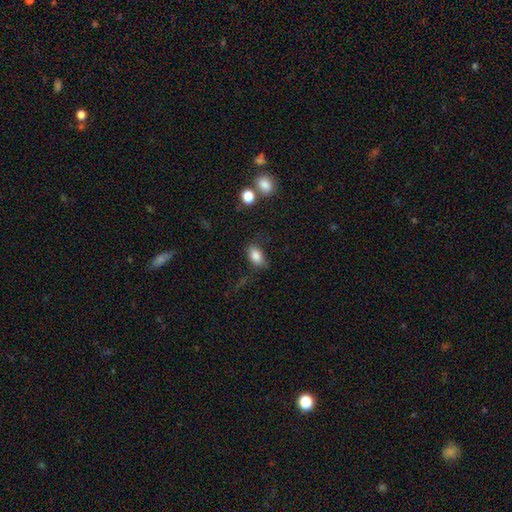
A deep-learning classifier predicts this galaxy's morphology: smooth_or_featured: smooth (p=0.84) [alt: star or artifact p=0.09]
how_rounded: in between (p=0.87) [alt: round p=0.10]
merging: none (p=0.66) [alt: minor disturbance p=0.23]